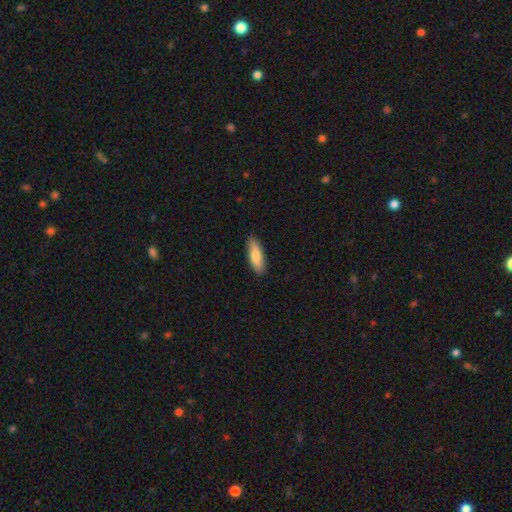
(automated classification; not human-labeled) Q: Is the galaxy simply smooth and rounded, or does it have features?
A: smooth — 78%.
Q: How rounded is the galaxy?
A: in between — 53%.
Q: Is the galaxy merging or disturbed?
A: none — 89%.